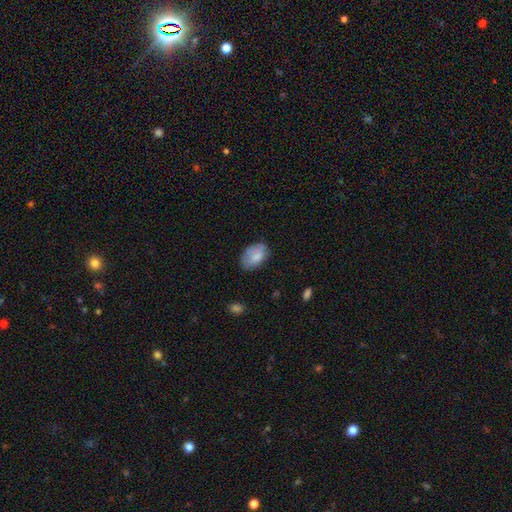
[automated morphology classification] Smooth or featured: smooth — 79% (featured or disk — 14%)
How rounded: in between — 90% (round — 9%)
Merging: none — 66% (minor disturbance — 25%)